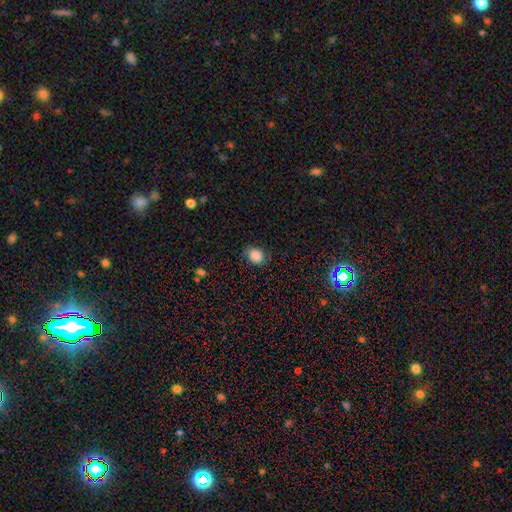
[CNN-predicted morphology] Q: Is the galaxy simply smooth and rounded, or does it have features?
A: smooth — 83%.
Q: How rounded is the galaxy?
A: round — 55%.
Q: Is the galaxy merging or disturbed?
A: none — 75%.